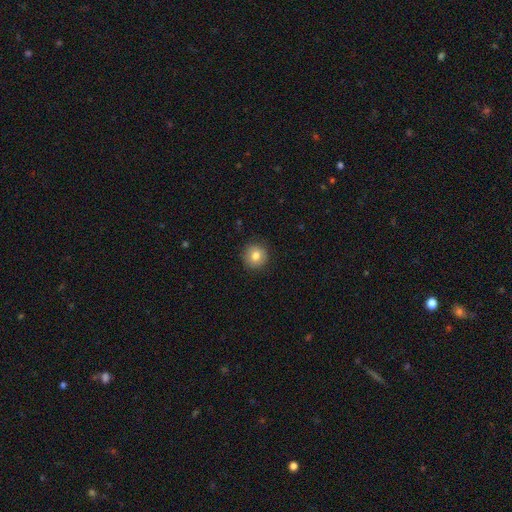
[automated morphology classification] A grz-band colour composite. It shows a smooth galaxy with no disk features (80%) that is round (94%). Merging: none (89%).